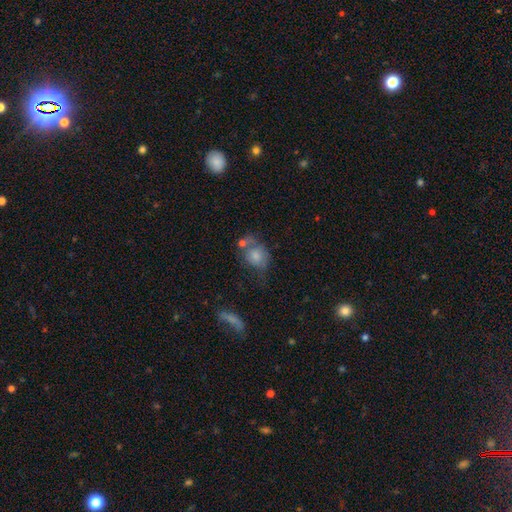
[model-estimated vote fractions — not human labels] Smooth or featured: smooth — 65% (featured or disk — 26%)
How rounded: round — 53% (in between — 45%)
Merging: none — 31% (merger — 24%)